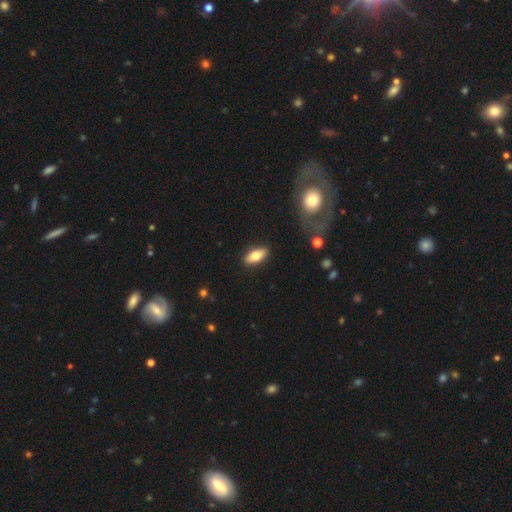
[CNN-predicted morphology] type=smooth (72%); roundness=in between (83%); merging=none (88%).